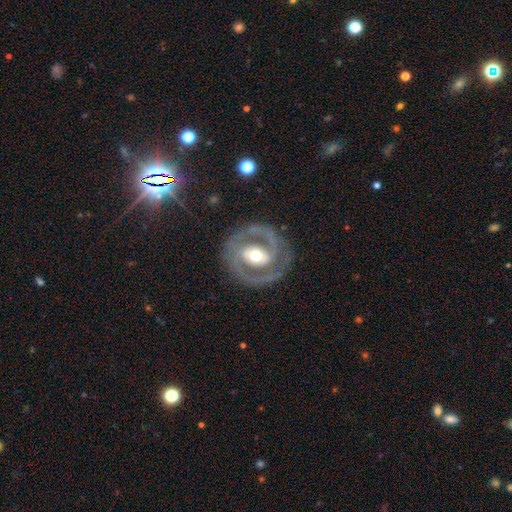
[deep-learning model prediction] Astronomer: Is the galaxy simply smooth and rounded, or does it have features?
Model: featured or disk — 80%.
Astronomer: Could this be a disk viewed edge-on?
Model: no — 97%.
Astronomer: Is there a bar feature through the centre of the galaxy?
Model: no — 40% (runner-up: weak, 34%).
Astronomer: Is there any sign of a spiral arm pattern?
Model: yes — 73%.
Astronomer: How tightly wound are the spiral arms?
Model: tight — 46% (runner-up: medium, 41%).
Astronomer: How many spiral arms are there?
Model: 2 — 81%.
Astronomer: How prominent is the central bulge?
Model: moderate — 68%.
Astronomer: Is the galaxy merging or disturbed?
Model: none — 80%.